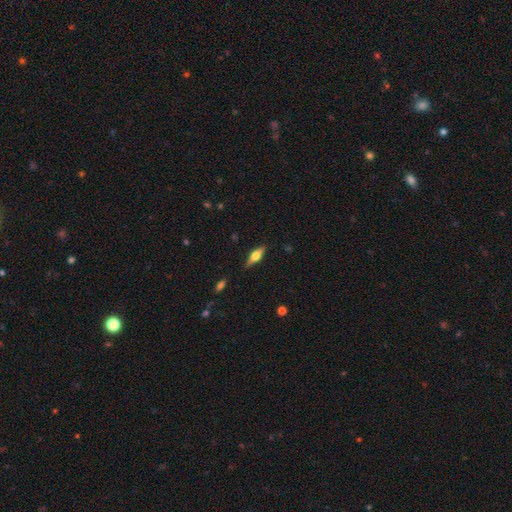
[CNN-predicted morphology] This appears to be a featured or disk galaxy (52%) viewed edge-on (93%). Merging: none (86%).